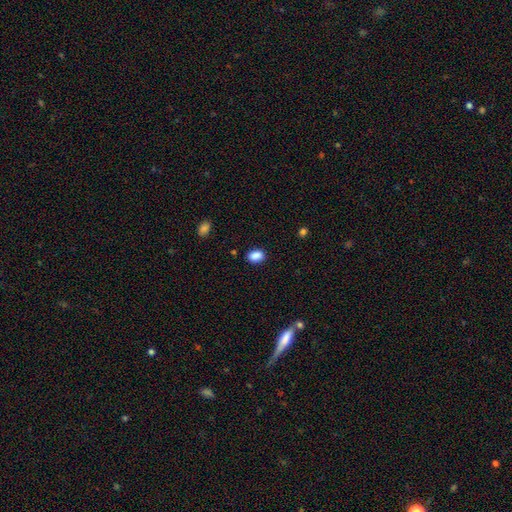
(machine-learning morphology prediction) Smooth or featured? Predicted: smooth (p=0.88). How rounded? Predicted: in between (p=0.79). Merging? Predicted: none (p=0.85).